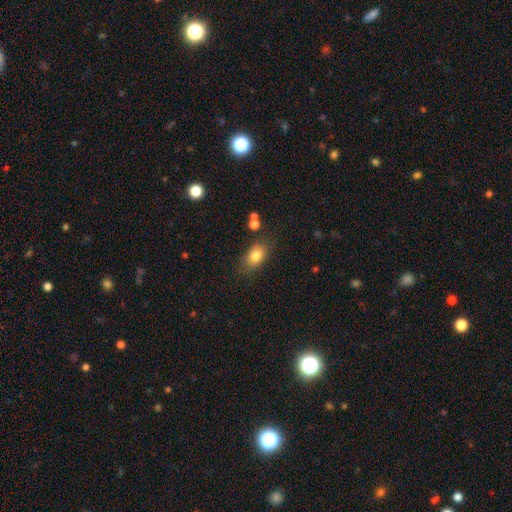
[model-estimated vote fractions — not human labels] Smooth or featured?
  - smooth: 82% *
  - featured or disk: 10%
  - star or artifact: 9%
How rounded?
  - in between: 83% *
  - round: 13%
  - cigar-shaped: 3%
Merging?
  - none: 71% *
  - minor disturbance: 18%
  - major disturbance: 6%
  - merger: 5%